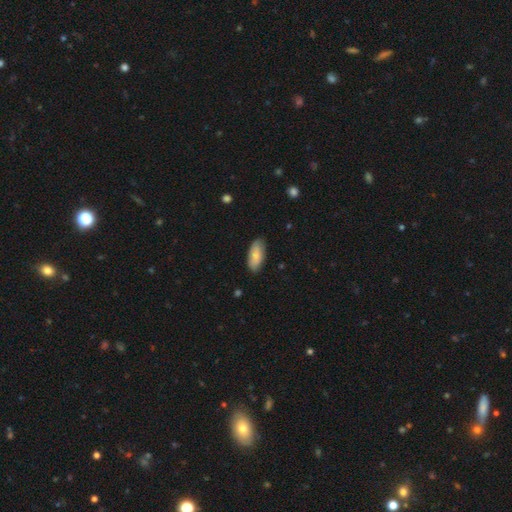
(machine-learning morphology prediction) Smooth or featured? Predicted: smooth (p=0.81). How rounded? Predicted: in between (p=0.86). Merging? Predicted: none (p=0.84).